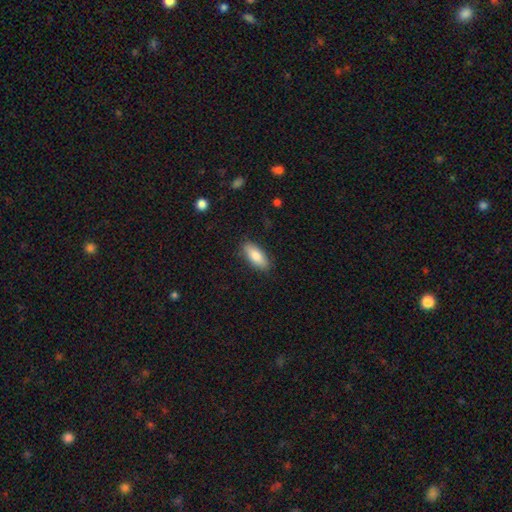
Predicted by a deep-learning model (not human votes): A smooth galaxy with no disk features (83%) that is in between round and cigar-shaped (81%).

Vote fractions:
- Smooth or featured? smooth: 83% / featured or disk: 11% / star or artifact: 6%
- How rounded? in between: 81% / cigar-shaped: 17% / round: 2%
- Merging? none: 86% / minor disturbance: 11% / major disturbance: 2% / merger: 1%